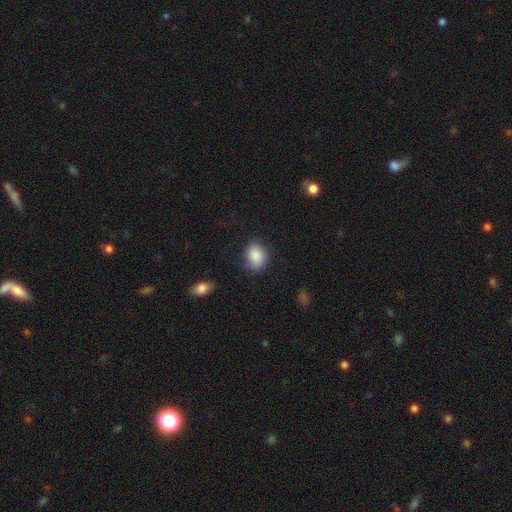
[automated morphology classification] Smooth or featured?
  - smooth: 87% *
  - star or artifact: 8%
  - featured or disk: 5%
How rounded?
  - in between: 58% *
  - round: 41%
  - cigar-shaped: 1%
Merging?
  - none: 71% *
  - minor disturbance: 21%
  - major disturbance: 6%
  - merger: 2%